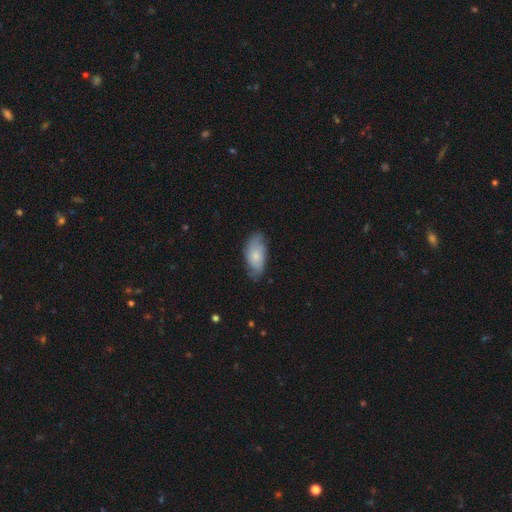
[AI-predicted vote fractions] Q: Smooth or featured?
A: smooth (63%); runner-up: featured or disk (30%)
Q: How rounded?
A: in between (92%); runner-up: cigar-shaped (5%)
Q: Merging?
A: none (69%); runner-up: minor disturbance (25%)